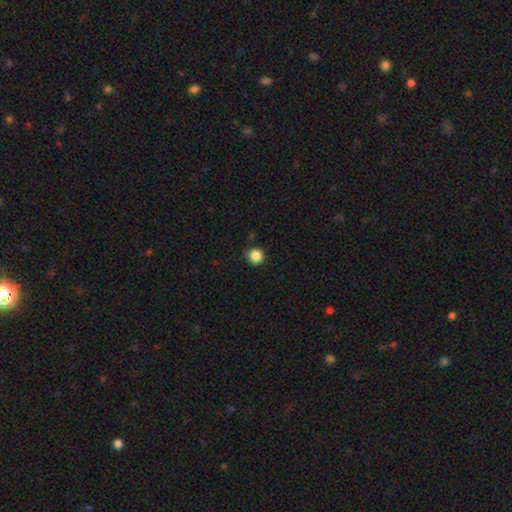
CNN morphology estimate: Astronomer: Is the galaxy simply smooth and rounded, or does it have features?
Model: smooth — 86%.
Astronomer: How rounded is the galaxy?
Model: round — 93%.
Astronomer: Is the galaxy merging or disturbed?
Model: none — 83%.